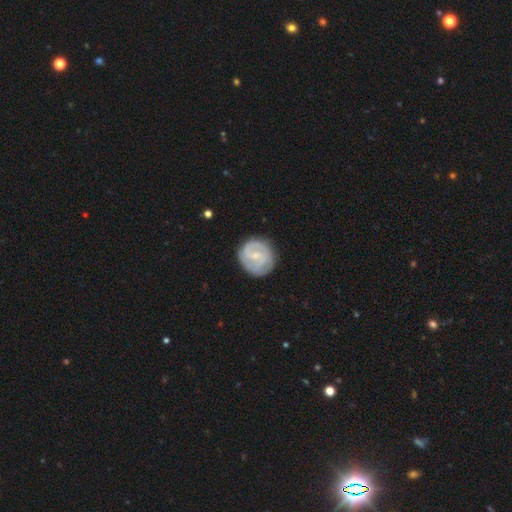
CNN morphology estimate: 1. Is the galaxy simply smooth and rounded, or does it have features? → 73% featured or disk, 22% smooth, 5% star or artifact.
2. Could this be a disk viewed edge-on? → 98% no, 2% yes.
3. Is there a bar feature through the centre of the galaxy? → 54% weak, 34% no, 13% strong.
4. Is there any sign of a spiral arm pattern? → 91% yes, 9% no.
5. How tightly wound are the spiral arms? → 51% tight, 38% medium, 11% loose.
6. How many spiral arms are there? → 63% 2, 18% can't tell, 10% 3, 4% 1, 3% 4, 2% more than 4.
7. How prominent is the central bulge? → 65% small, 24% moderate, 8% none, 1% large, 1% dominant.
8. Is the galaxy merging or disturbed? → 82% none, 13% minor disturbance, 4% major disturbance, 1% merger.